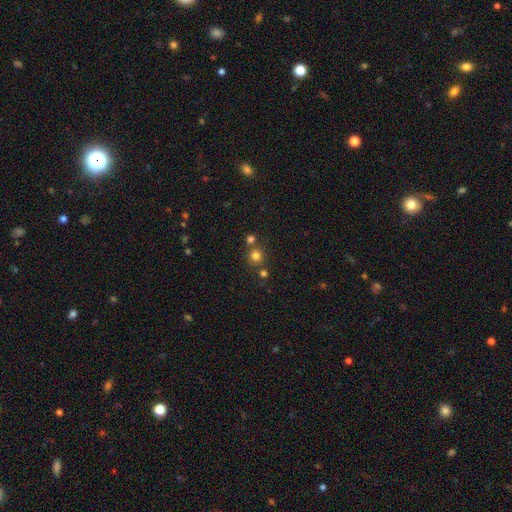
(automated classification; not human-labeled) Overall: smooth (77%). How rounded: round (92%). Merging: none (74%).